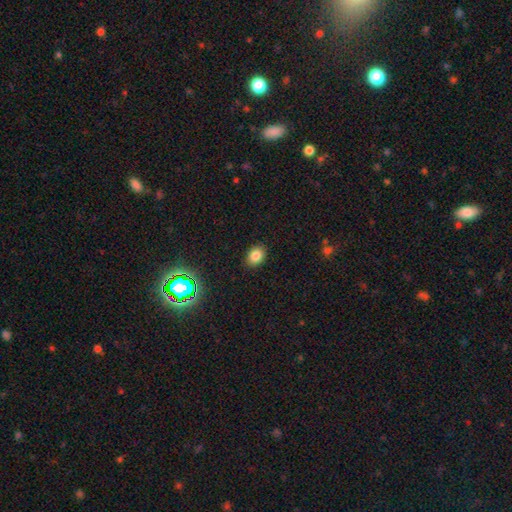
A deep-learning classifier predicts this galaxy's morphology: Overall: smooth (81%). How rounded: in between (59%; round 41%). Merging: none (89%).